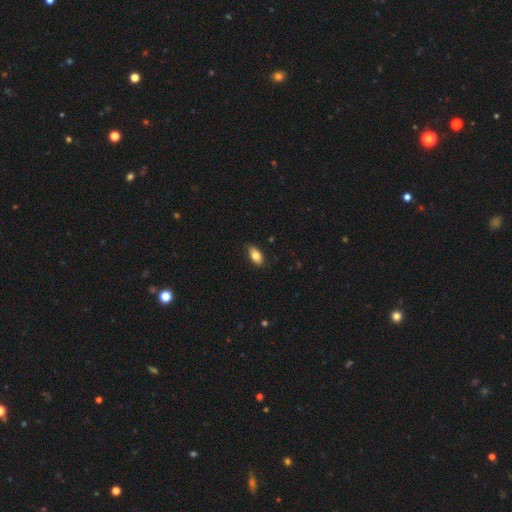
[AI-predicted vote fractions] Overall: smooth (82%). How rounded: in between (91%). Merging: none (84%).